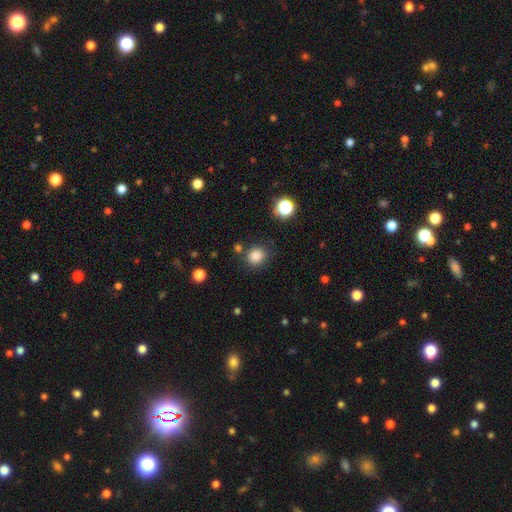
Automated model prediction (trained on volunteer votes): This appears to be a smooth galaxy with no disk features (83%) that is round (80%). Merging: none (80%).